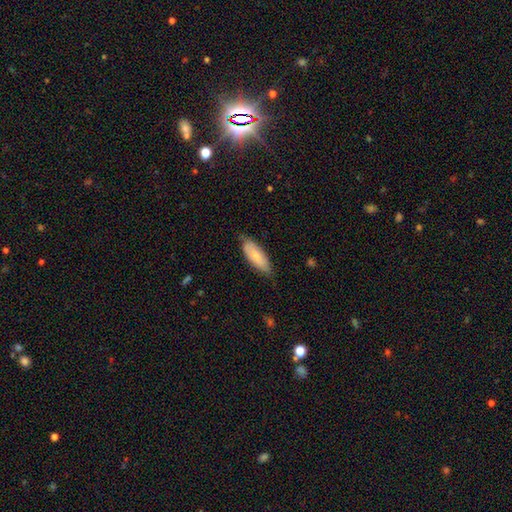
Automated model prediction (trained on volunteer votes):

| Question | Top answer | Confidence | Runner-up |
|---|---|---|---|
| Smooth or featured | smooth | 69% | featured or disk (25%) |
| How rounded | in between | 75% | cigar-shaped (23%) |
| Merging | none | 70% | minor disturbance (25%) |